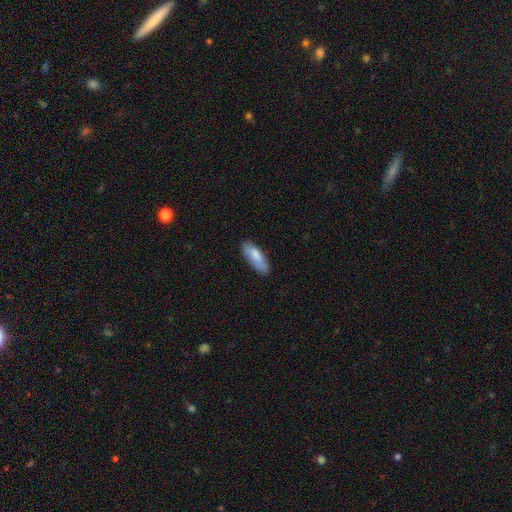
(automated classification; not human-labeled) A smooth galaxy with no disk features (81%) that is in between round and cigar-shaped (63%).

Vote fractions:
- Smooth or featured? smooth: 81% / featured or disk: 13% / star or artifact: 6%
- How rounded? in between: 63% / cigar-shaped: 35% / round: 2%
- Merging? none: 78% / minor disturbance: 17% / major disturbance: 3% / merger: 1%